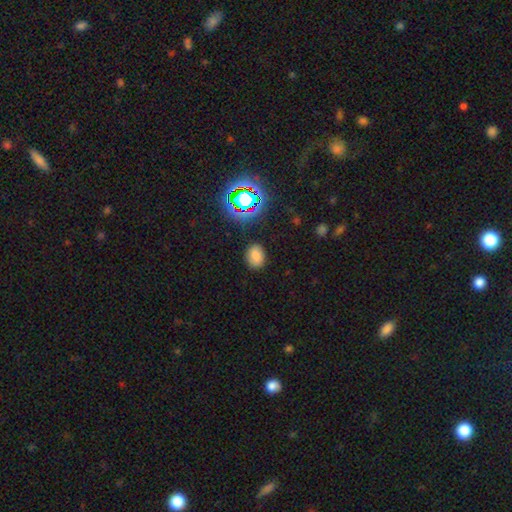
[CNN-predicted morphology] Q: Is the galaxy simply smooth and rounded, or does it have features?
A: smooth — 73%.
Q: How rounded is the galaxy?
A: in between — 63%.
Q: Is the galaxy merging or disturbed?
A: none — 83%.